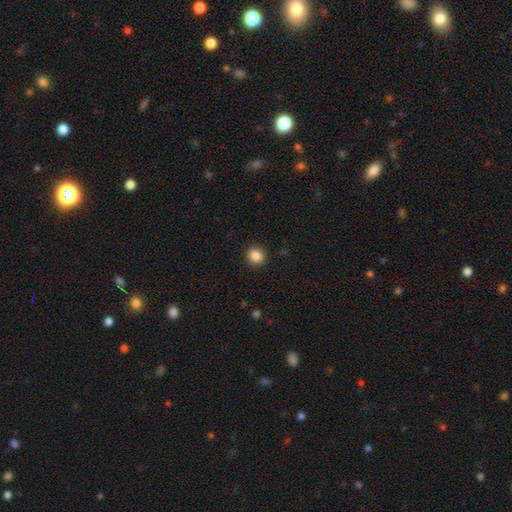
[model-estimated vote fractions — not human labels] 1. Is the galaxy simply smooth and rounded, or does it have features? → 86% smooth, 10% star or artifact, 4% featured or disk.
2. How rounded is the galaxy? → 89% round, 10% in between, 1% cigar-shaped.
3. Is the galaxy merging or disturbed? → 91% none, 6% minor disturbance, 2% major disturbance, 1% merger.